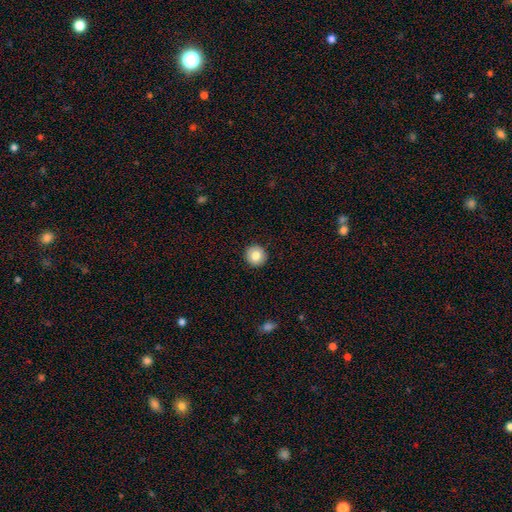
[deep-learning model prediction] Overall: smooth (81%). How rounded: round (95%). Merging: none (92%).